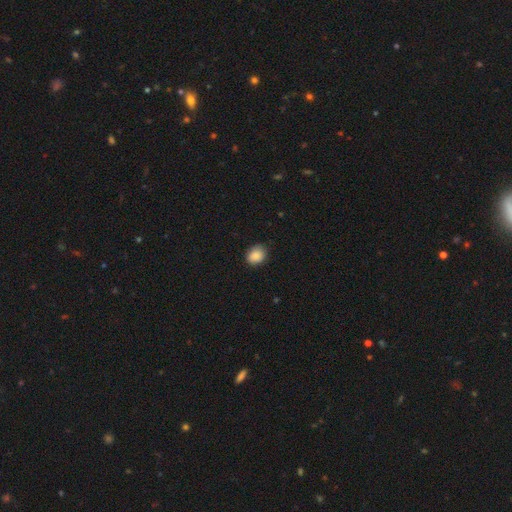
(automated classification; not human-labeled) A smooth galaxy with no disk features (87%) that is round (54%). Merging: none (83%).